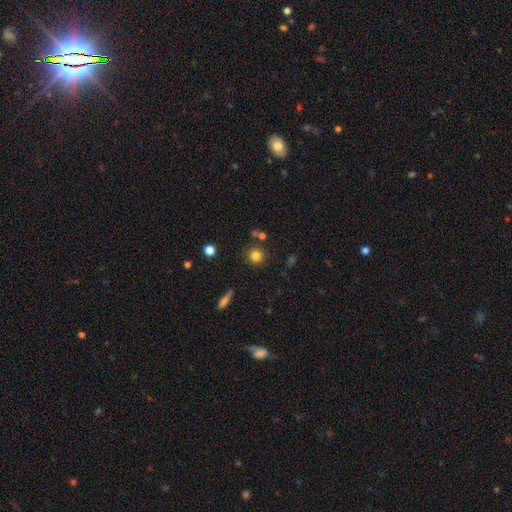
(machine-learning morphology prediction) type=smooth (81%); roundness=round (92%); merging=none (83%).